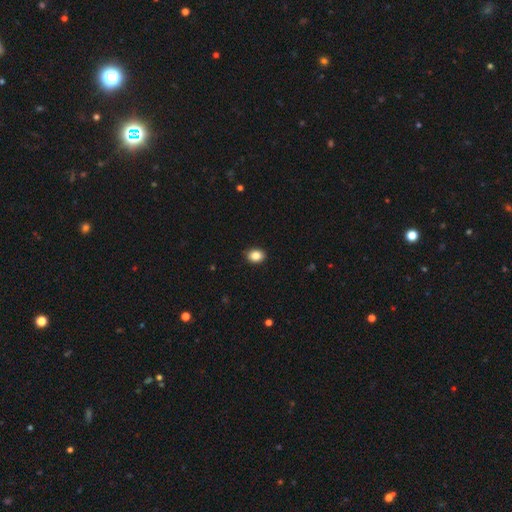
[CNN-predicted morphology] A smooth galaxy with no disk features (86%) that is in between round and cigar-shaped (58%). Merging: none (90%).